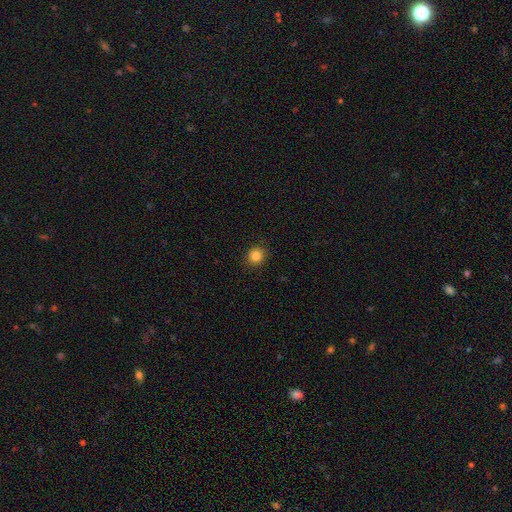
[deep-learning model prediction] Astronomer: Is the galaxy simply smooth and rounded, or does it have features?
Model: smooth — 83%.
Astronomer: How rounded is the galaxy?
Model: round — 88%.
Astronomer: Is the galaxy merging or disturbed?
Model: none — 91%.